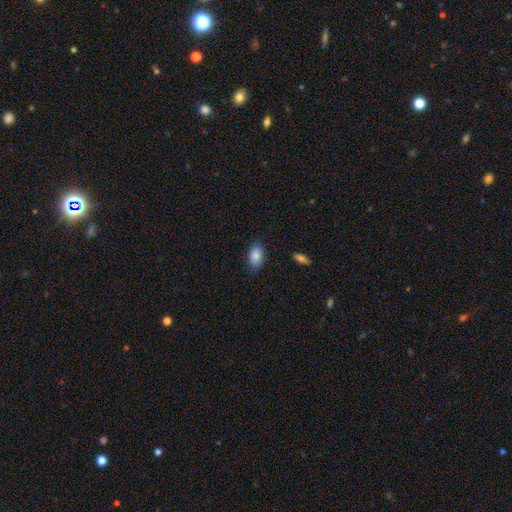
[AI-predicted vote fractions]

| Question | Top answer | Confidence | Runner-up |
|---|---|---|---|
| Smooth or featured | smooth | 87% | star or artifact (7%) |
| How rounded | in between | 91% | round (7%) |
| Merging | none | 84% | minor disturbance (12%) |